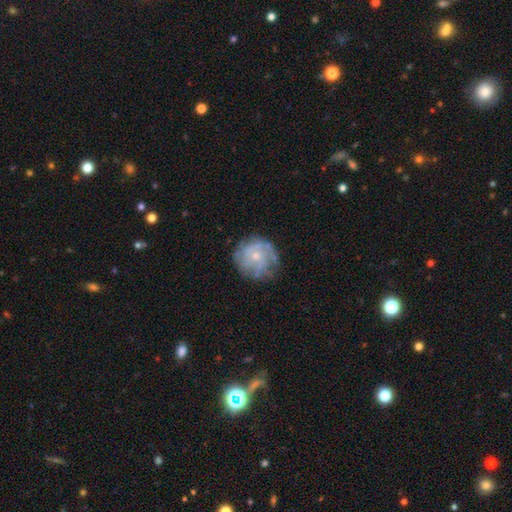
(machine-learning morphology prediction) smooth-or-featured: featured or disk: 63% | smooth: 28% | star or artifact: 9%
  disk-edge-on: no: 98% | yes: 2%
    bar: no: 83% | weak: 15% | strong: 2%
    has-spiral-arms: yes: 68% | no: 32%
    bulge-size: small: 71% | moderate: 24% | none: 3% | large: 1% | dominant: 1%
  merging: none: 68% | minor disturbance: 20% | major disturbance: 10% | merger: 2%